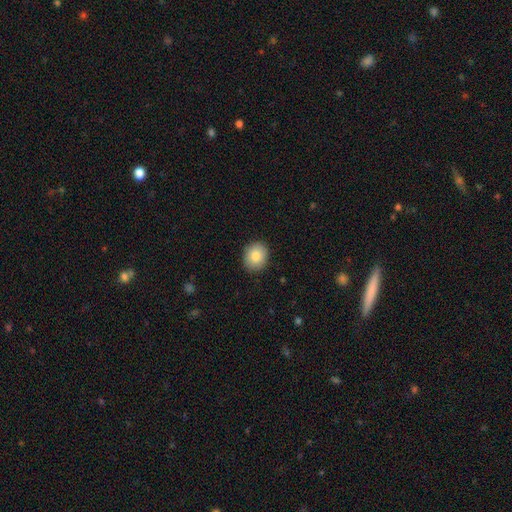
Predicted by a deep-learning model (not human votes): This is clearly a smooth galaxy (84%). How rounded: likely round (64%). Merging: clearly none (89%).